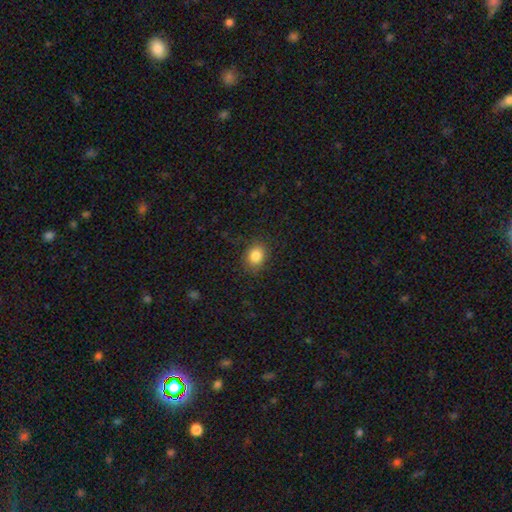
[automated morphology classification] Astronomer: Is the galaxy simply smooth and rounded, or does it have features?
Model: smooth — 84%.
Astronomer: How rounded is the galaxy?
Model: round — 60% (runner-up: in between, 39%).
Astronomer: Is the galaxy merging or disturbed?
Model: none — 85%.